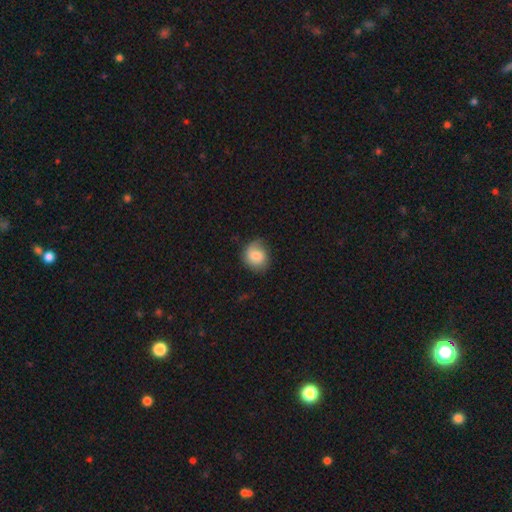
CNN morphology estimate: Smooth or featured: smooth — 73% (featured or disk — 20%)
How rounded: round — 75% (in between — 24%)
Merging: none — 65% (minor disturbance — 26%)